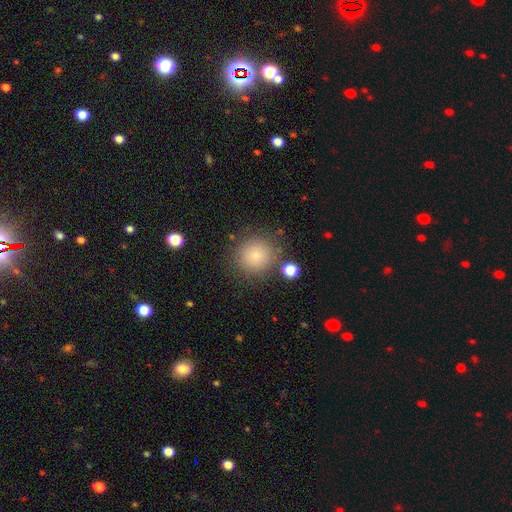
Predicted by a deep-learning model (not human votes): smooth_or_featured: smooth (p=0.82) [alt: star or artifact p=0.11]
how_rounded: round (p=0.92) [alt: in between p=0.07]
merging: none (p=0.82) [alt: minor disturbance p=0.10]